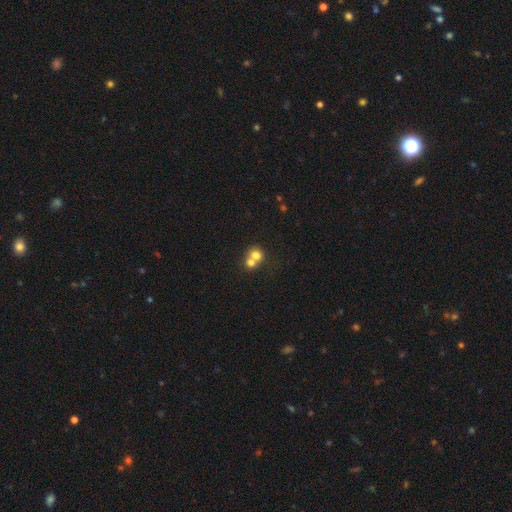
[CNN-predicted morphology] The model was most divided on "merging": merger: 65%, none: 29%, minor disturbance: 4%, major disturbance: 2%. More confident: how rounded — round (80%); smooth or featured — smooth (73%).